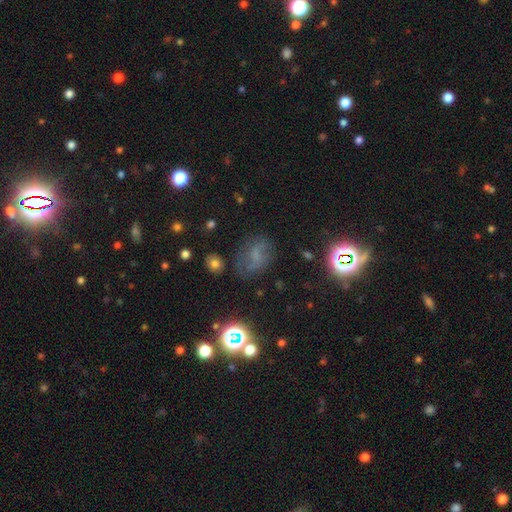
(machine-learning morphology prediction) This is marginally a smooth galaxy (42%). Merging: likely none (61%).